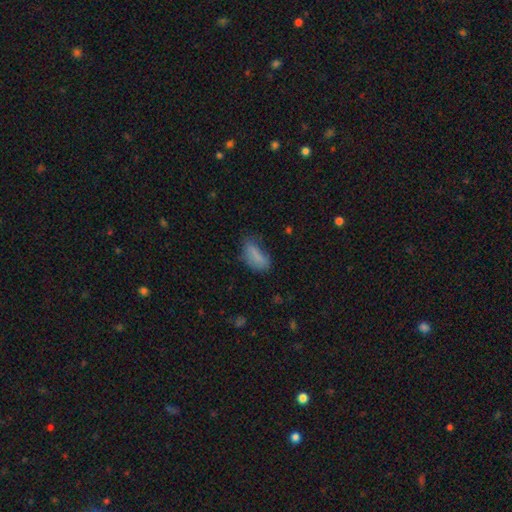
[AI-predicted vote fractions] Smooth or featured? Predicted: smooth (p=0.79). How rounded? Predicted: in between (p=0.83). Merging? Predicted: none (p=0.49).